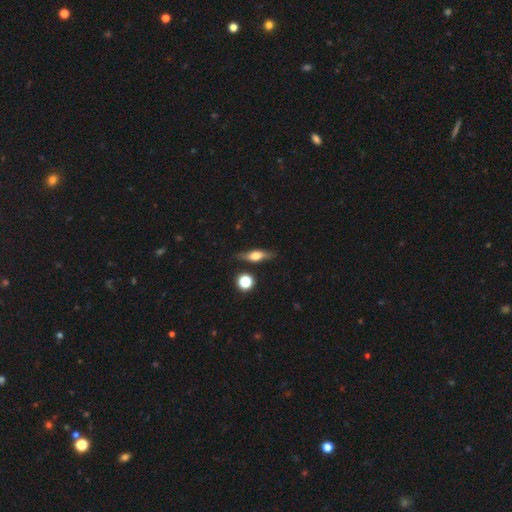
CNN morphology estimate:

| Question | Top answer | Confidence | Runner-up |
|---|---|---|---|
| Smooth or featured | featured or disk | 53% | smooth (39%) |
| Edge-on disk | yes | 90% | no (10%) |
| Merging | none | 81% | minor disturbance (12%) |